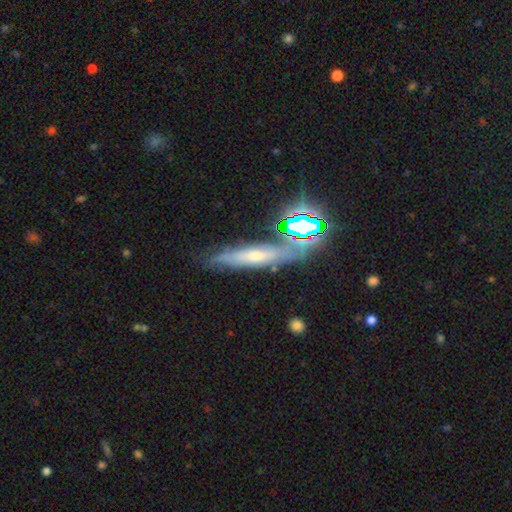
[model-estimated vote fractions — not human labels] Smooth or featured?
  - featured or disk: 46% *
  - star or artifact: 29%
  - smooth: 25%
Merging?
  - none: 74% *
  - minor disturbance: 14%
  - merger: 7%
  - major disturbance: 5%